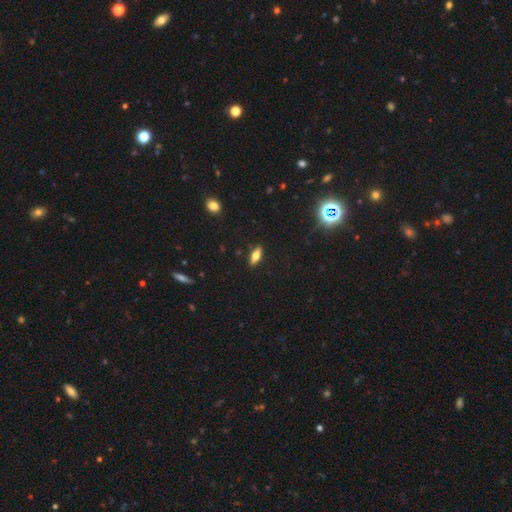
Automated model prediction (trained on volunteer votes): Overall: smooth (56%; featured or disk 35%). How rounded: in between (58%; cigar-shaped 38%). Merging: none (89%).